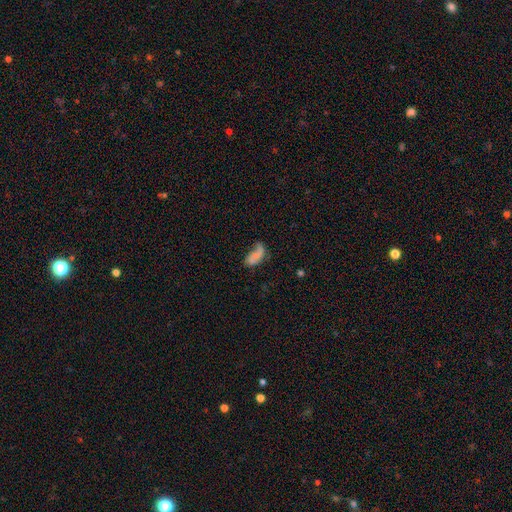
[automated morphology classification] smooth-or-featured: smooth: 50% | featured or disk: 39% | star or artifact: 11%
  how-rounded: in between: 89% | cigar-shaped: 6% | round: 5%
  merging: none: 34% | major disturbance: 33% | minor disturbance: 27% | merger: 7%